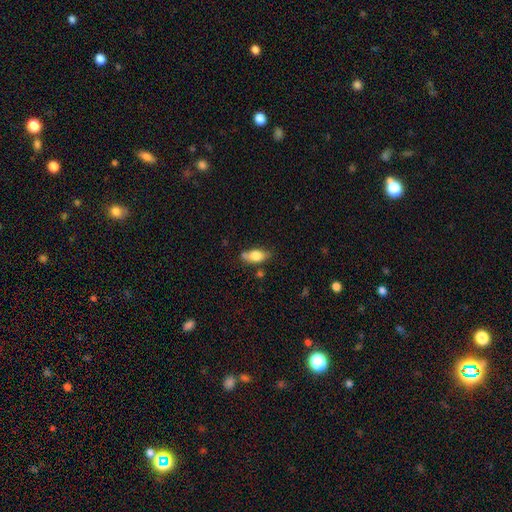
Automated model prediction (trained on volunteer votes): Smooth or featured?
  - smooth: 75% *
  - featured or disk: 18%
  - star or artifact: 8%
How rounded?
  - in between: 84% *
  - cigar-shaped: 10%
  - round: 7%
Merging?
  - none: 61% *
  - minor disturbance: 23%
  - merger: 10%
  - major disturbance: 6%